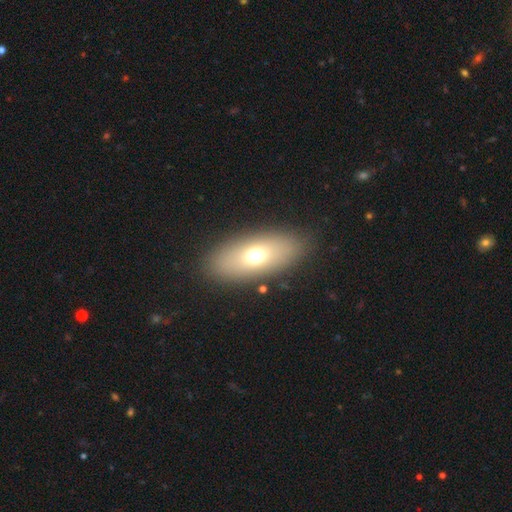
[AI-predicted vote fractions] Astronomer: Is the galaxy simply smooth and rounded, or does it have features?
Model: smooth — 66%.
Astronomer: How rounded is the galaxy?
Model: in between — 84%.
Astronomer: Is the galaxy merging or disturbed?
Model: none — 86%.